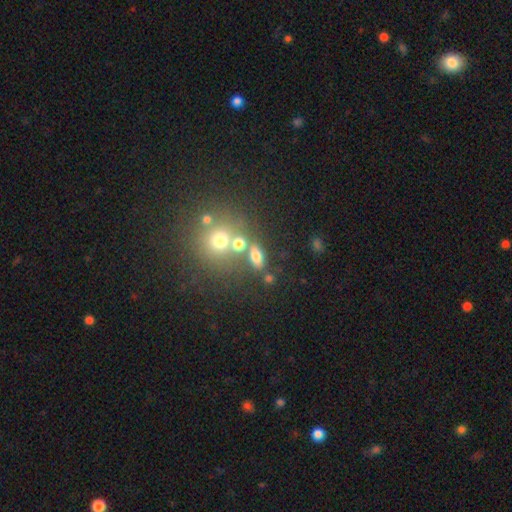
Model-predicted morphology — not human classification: Smooth or featured: smooth — 68% (star or artifact — 16%)
How rounded: in between — 67% (round — 24%)
Merging: none — 59% (merger — 23%)